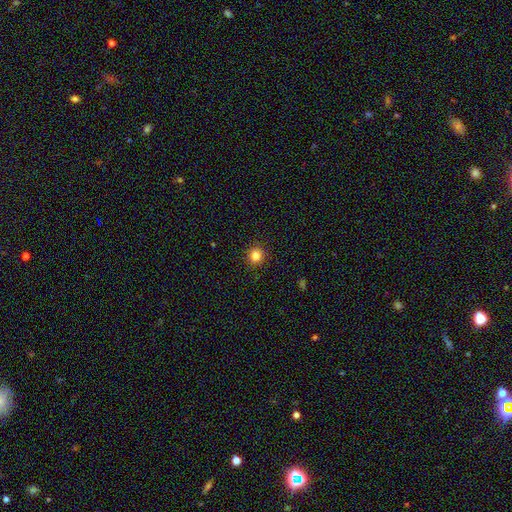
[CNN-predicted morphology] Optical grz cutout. It shows a smooth galaxy with no disk features (83%) that is round (92%). Merging: none (92%).